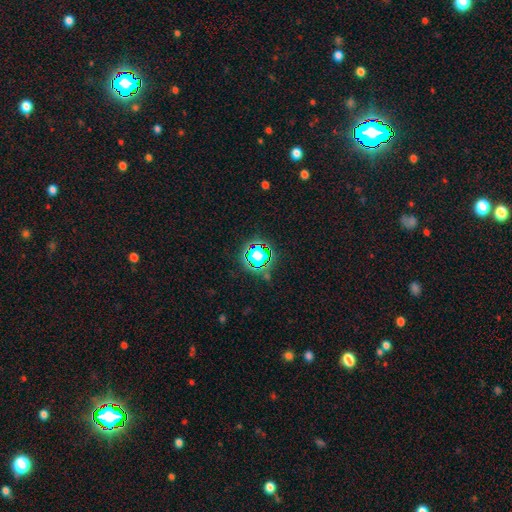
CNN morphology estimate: Q: Smooth or featured?
A: star or artifact (53%); runner-up: smooth (35%)